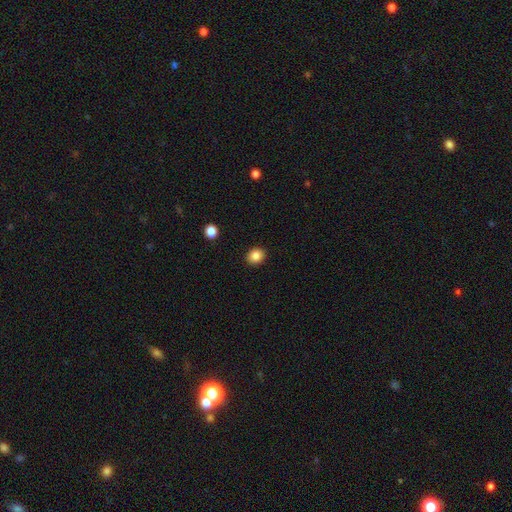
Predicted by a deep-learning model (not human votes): A smooth galaxy with no disk features (86%) that is round (65%).

Vote fractions:
- Smooth or featured? smooth: 86% / star or artifact: 10% / featured or disk: 5%
- How rounded? round: 65% / in between: 35% / cigar-shaped: 1%
- Merging? none: 91% / minor disturbance: 6% / major disturbance: 2% / merger: 1%